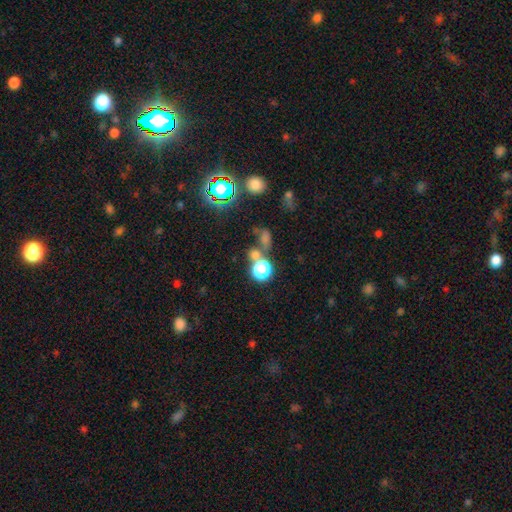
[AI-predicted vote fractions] Smooth or featured? smooth (57%)
How rounded? round (69%)
Merging? none (48%)